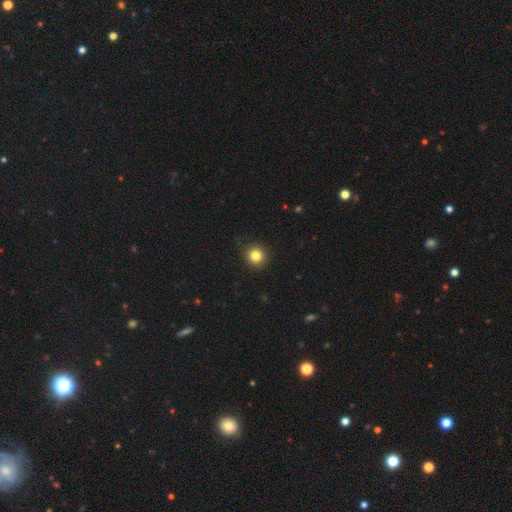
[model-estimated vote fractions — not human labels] This is clearly a smooth galaxy (83%). How rounded: clearly round (92%). Merging: clearly none (89%).